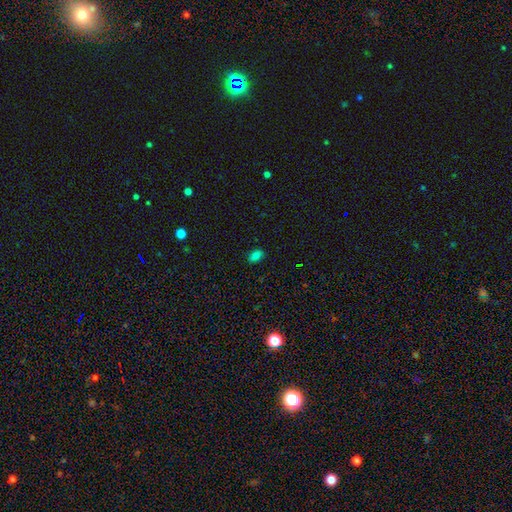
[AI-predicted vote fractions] This appears to be a smooth galaxy with no disk features (79%) that is in between round and cigar-shaped (85%). Merging: none (86%).